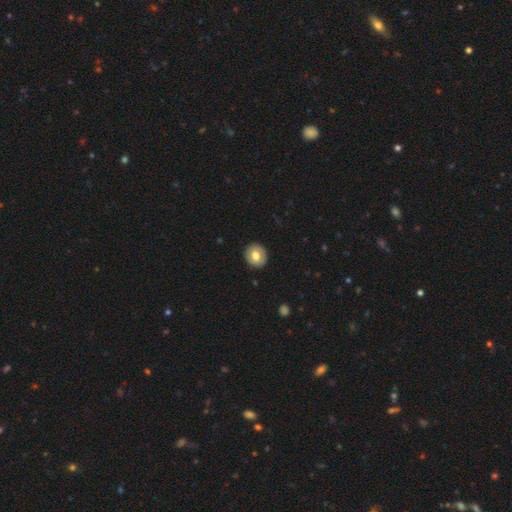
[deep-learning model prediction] Q: Smooth or featured?
A: smooth (70%); runner-up: featured or disk (23%)
Q: How rounded?
A: round (79%); runner-up: in between (20%)
Q: Merging?
A: none (90%); runner-up: minor disturbance (7%)